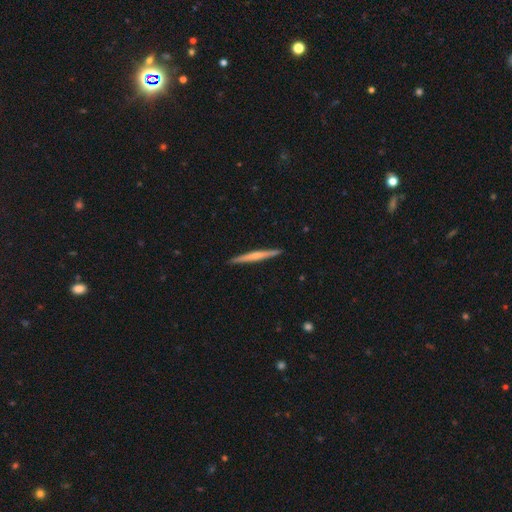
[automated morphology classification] Smooth or featured: featured or disk — 55% (smooth — 40%)
Edge-on disk: yes — 98% (no — 2%)
Edge-on bulge: none — 48% (rounded — 44%)
Merging: none — 92% (minor disturbance — 6%)